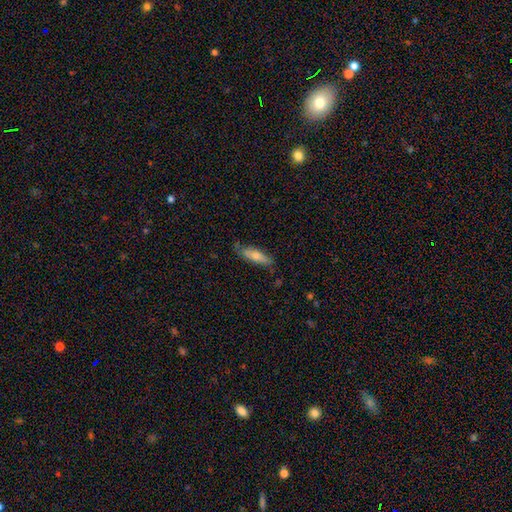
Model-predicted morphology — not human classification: This is likely a smooth galaxy (71%). How rounded: possibly cigar-shaped (54%). Merging: likely none (73%).